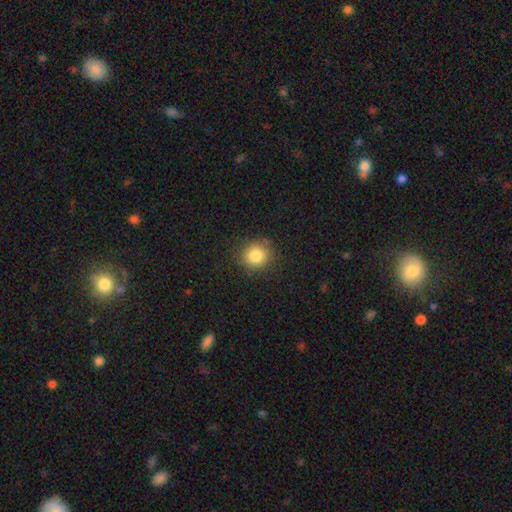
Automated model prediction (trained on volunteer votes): Smooth or featured? Predicted: smooth (p=0.82). How rounded? Predicted: round (p=0.88). Merging? Predicted: none (p=0.86).